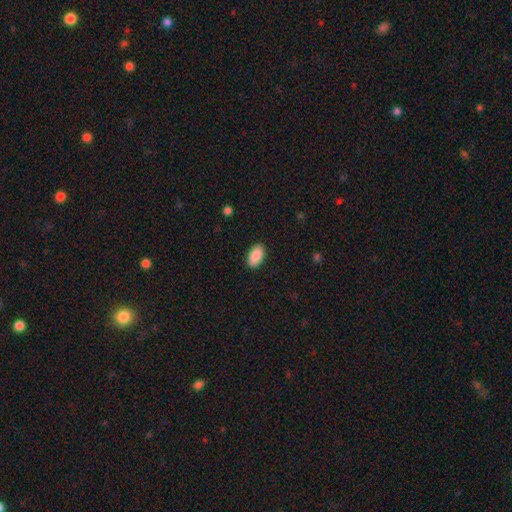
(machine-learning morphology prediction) type=smooth (90%); roundness=in between (94%); merging=none (89%).